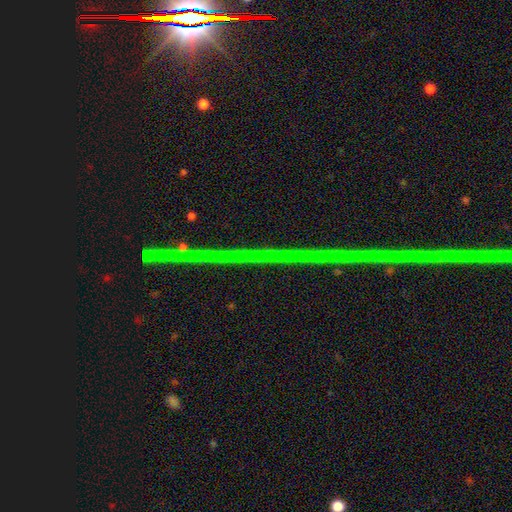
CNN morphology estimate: Smooth or featured? Predicted: star or artifact (p=0.89).